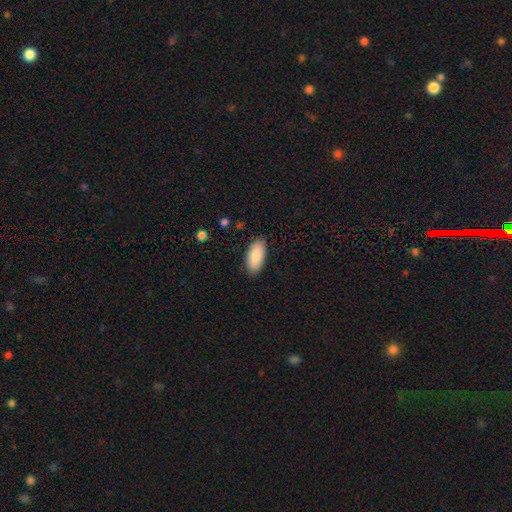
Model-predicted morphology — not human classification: Overall: smooth (88%). How rounded: in between (91%). Merging: none (86%).